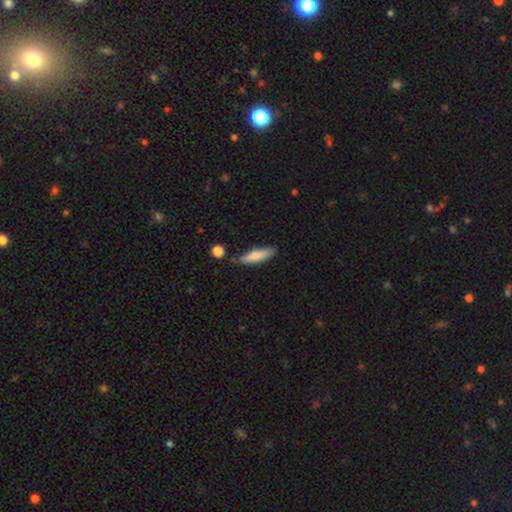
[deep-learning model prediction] Smooth or featured? smooth (77%)
How rounded? cigar-shaped (73%)
Merging? none (76%)